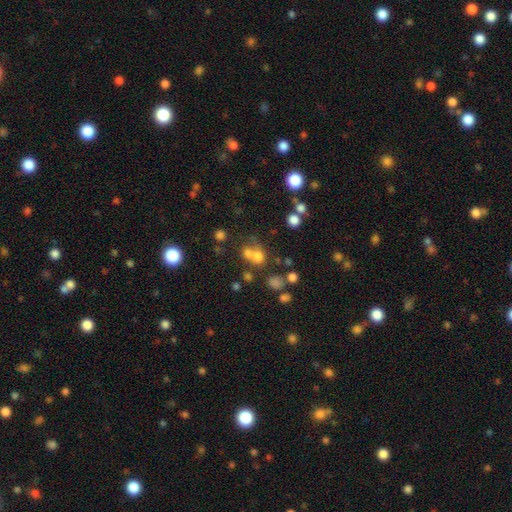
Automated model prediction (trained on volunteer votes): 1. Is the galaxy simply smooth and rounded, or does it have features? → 67% smooth, 18% star or artifact, 15% featured or disk.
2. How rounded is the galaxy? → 73% round, 25% in between, 1% cigar-shaped.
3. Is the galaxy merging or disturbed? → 51% merger, 35% none, 8% minor disturbance, 6% major disturbance.